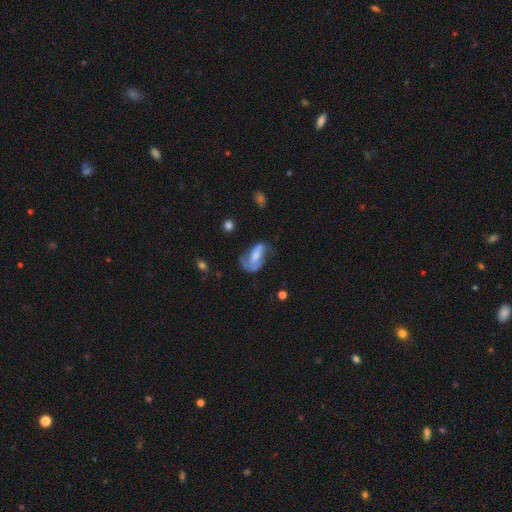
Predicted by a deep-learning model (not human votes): This appears to be a featured or disk galaxy (63%) with no bar (46%), spiral arms (75%) and a moderate central bulge (39%). Merging: none (35%).